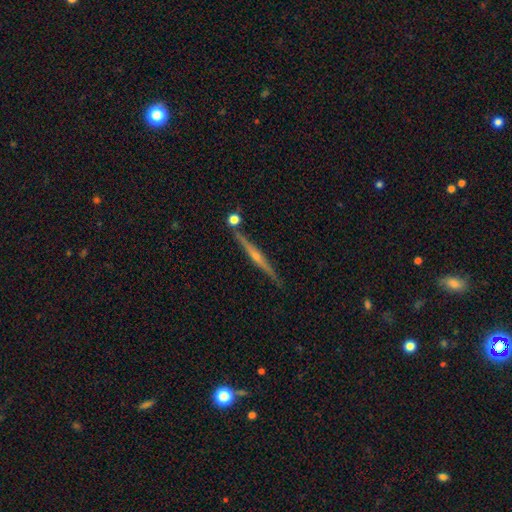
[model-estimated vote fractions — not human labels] Smooth or featured? Predicted: featured or disk (p=0.79). Edge-on disk? Predicted: yes (p=0.98). Edge-on bulge? Predicted: rounded (p=0.78). Merging? Predicted: none (p=0.85).